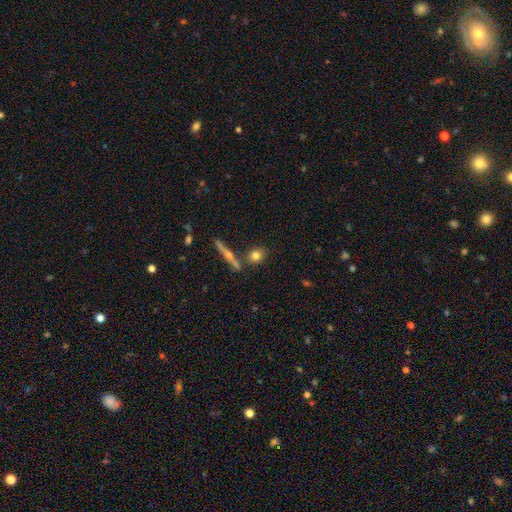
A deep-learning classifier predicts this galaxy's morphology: Smooth or featured? Predicted: smooth (p=0.72). How rounded? Predicted: round (p=0.67). Merging? Predicted: none (p=0.72).